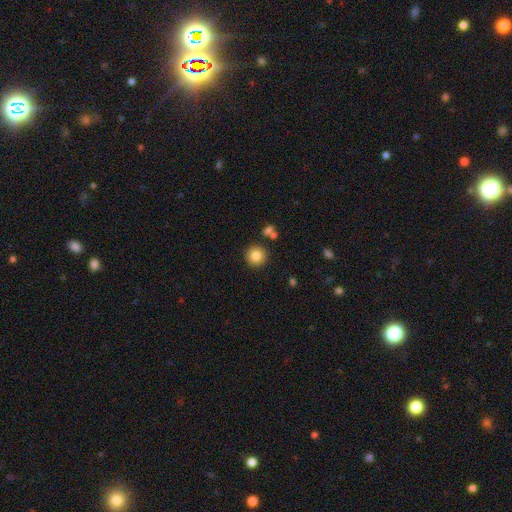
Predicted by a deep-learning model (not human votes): This is clearly a smooth galaxy (83%). How rounded: clearly round (94%). Merging: clearly none (86%).